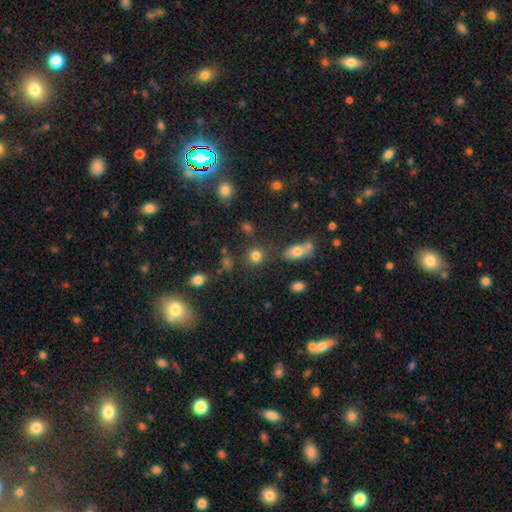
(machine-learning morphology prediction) This appears to be a smooth galaxy with no disk features (79%) that is round (83%). Merging: none (78%).